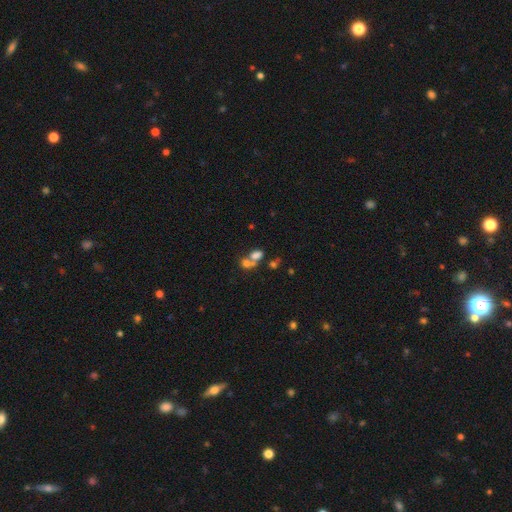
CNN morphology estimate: Smooth or featured?
  - smooth: 66% *
  - featured or disk: 18%
  - star or artifact: 16%
How rounded?
  - in between: 64% *
  - round: 34%
  - cigar-shaped: 2%
Merging?
  - merger: 59% *
  - none: 28%
  - minor disturbance: 7%
  - major disturbance: 6%